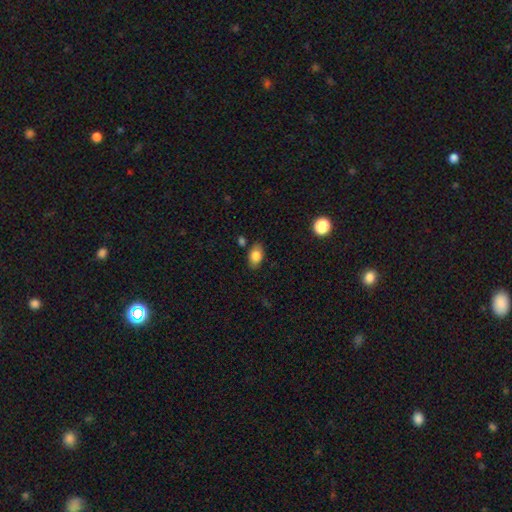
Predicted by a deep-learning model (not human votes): A smooth galaxy with no disk features (81%) that is in between round and cigar-shaped (87%). Merging: none (81%).